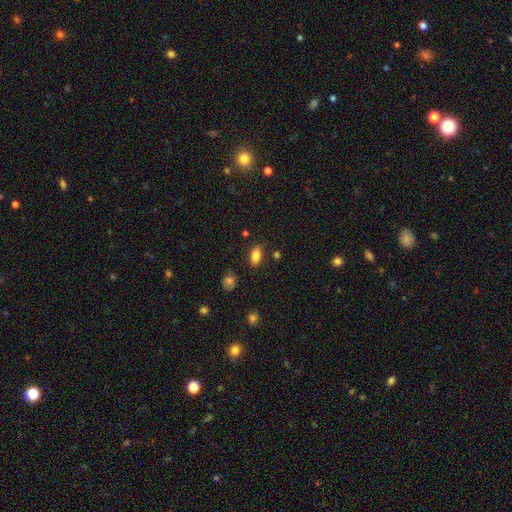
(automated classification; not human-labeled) A smooth galaxy with no disk features (83%) that is in between round and cigar-shaped (89%).

Vote fractions:
- Smooth or featured? smooth: 83% / star or artifact: 9% / featured or disk: 8%
- How rounded? in between: 89% / round: 6% / cigar-shaped: 5%
- Merging? none: 83% / minor disturbance: 12% / major disturbance: 3% / merger: 2%